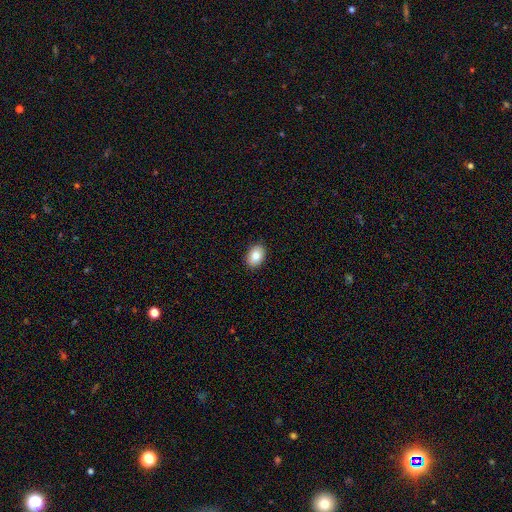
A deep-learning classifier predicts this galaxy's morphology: Smooth or featured?
  - smooth: 84% *
  - featured or disk: 8%
  - star or artifact: 8%
How rounded?
  - in between: 76% *
  - round: 23%
  - cigar-shaped: 1%
Merging?
  - none: 90% *
  - minor disturbance: 7%
  - major disturbance: 2%
  - merger: 1%